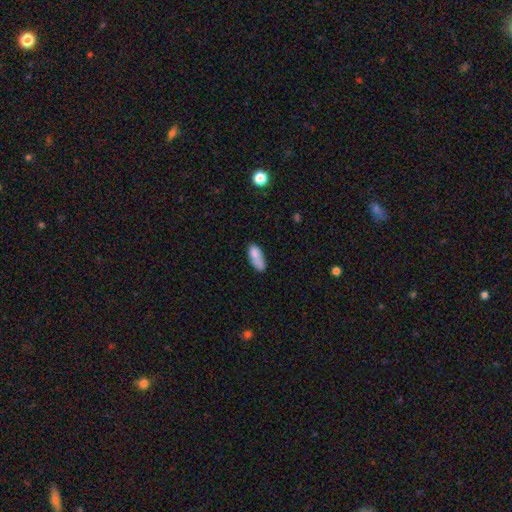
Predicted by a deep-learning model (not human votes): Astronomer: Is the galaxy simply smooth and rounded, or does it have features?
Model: smooth — 80%.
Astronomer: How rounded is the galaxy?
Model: in between — 77%.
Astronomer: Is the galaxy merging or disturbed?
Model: none — 52% (runner-up: minor disturbance, 27%).